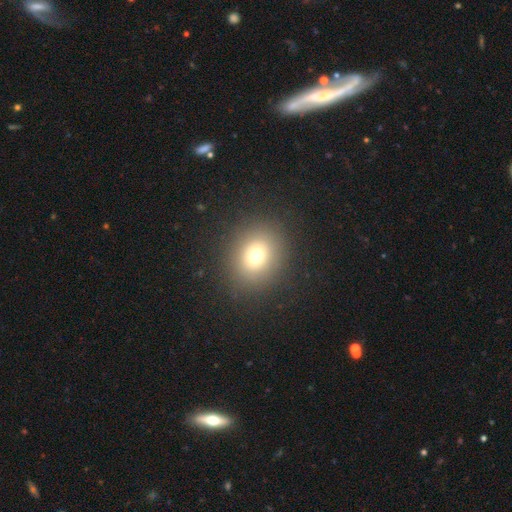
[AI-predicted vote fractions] This appears to be a smooth galaxy with no disk features (73%) that is round (65%). Merging: none (87%).